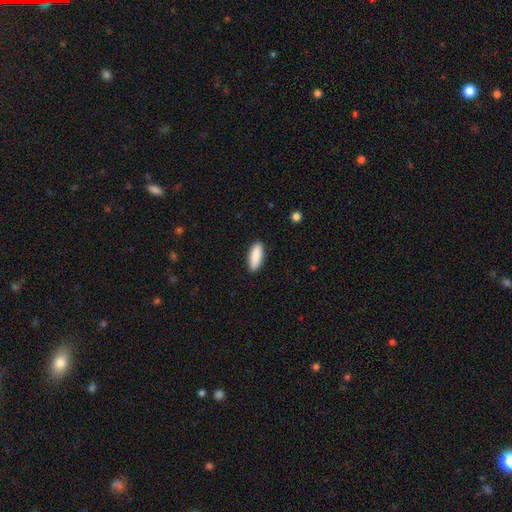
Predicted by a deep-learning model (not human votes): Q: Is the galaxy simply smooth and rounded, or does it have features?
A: smooth — 90%.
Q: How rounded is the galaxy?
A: in between — 70%.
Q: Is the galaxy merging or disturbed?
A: none — 89%.